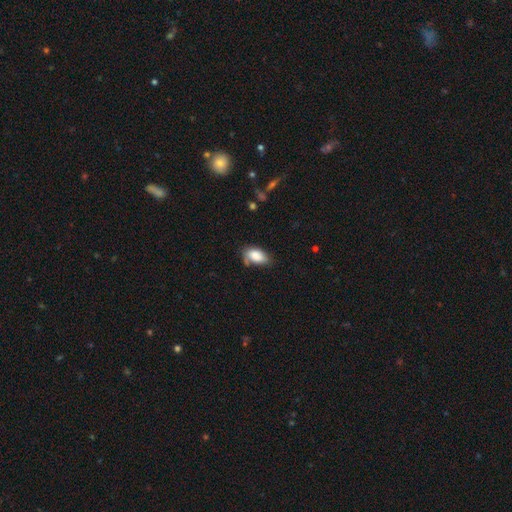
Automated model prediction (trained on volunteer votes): Overall: smooth (84%). How rounded: in between (93%). Merging: none (53%; minor disturbance 31%).